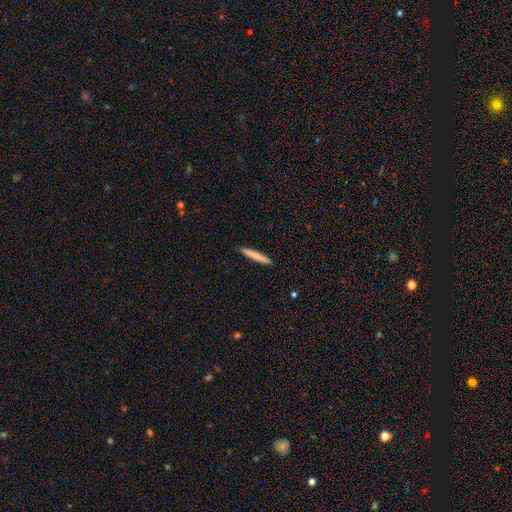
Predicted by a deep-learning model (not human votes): smooth_or_featured: smooth (p=0.79) [alt: featured or disk p=0.15]
how_rounded: cigar-shaped (p=0.96) [alt: in between p=0.03]
merging: none (p=0.92) [alt: minor disturbance p=0.06]